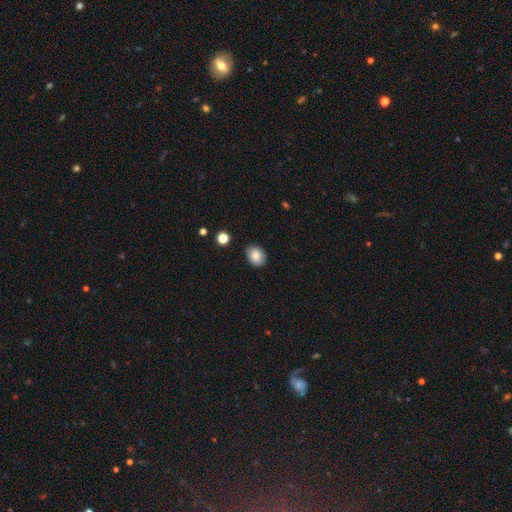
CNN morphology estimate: Smooth or featured? smooth (86%)
How rounded? in between (70%)
Merging? none (87%)